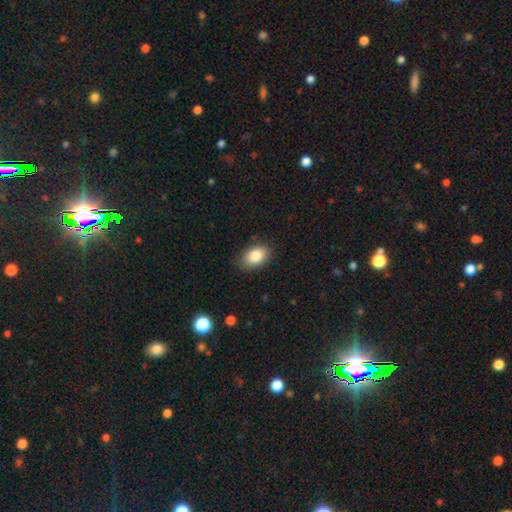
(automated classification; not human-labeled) The model was most divided on "merging": none: 84%, minor disturbance: 12%, major disturbance: 3%, merger: 1%. More confident: how rounded — in between (87%); smooth or featured — smooth (84%).